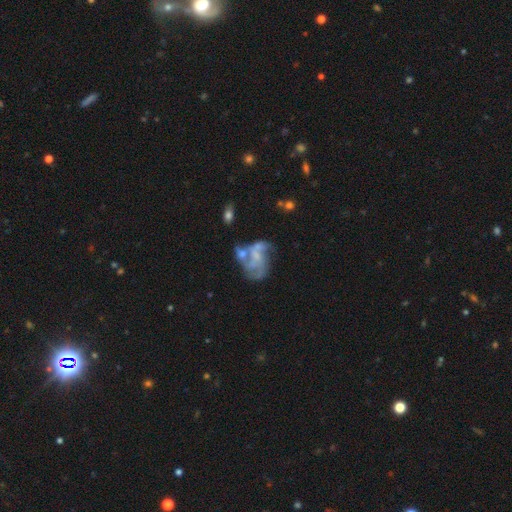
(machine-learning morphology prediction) type=featured or disk (71%); edge-on=no (98%); bar=no (70%); spiral arms=yes (65%); bulge=none (47%); merging=none (29%).